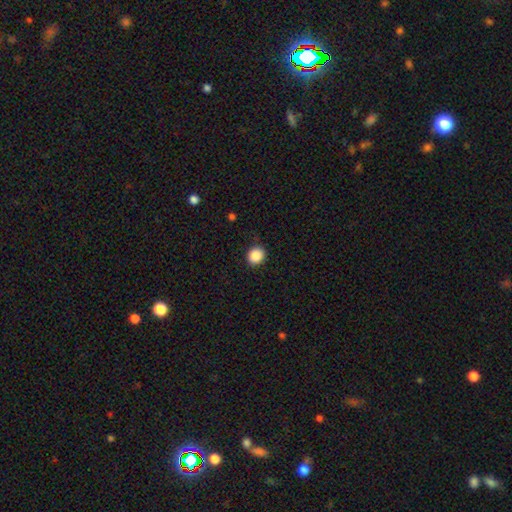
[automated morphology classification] Smooth or featured? Predicted: smooth (p=0.88). How rounded? Predicted: round (p=0.77). Merging? Predicted: none (p=0.87).